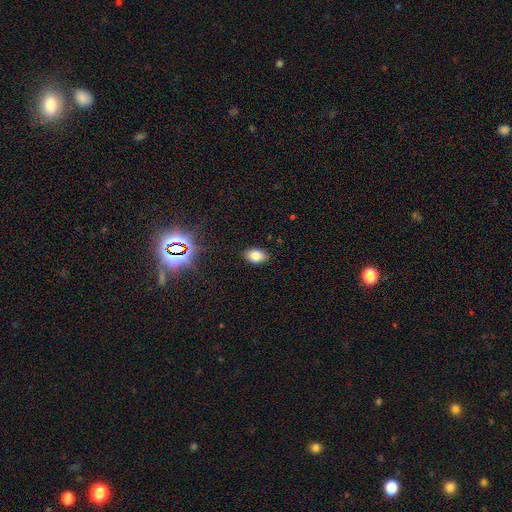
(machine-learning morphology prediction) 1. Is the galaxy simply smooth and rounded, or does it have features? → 80% smooth, 12% star or artifact, 8% featured or disk.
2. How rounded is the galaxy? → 86% in between, 13% round, 1% cigar-shaped.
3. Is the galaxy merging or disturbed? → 87% none, 10% minor disturbance, 2% major disturbance, 1% merger.